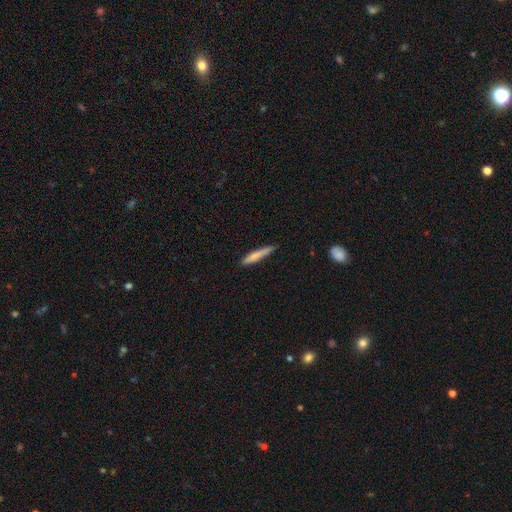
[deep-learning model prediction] The model was most divided on "smooth or featured": smooth: 76%, featured or disk: 18%, star or artifact: 6%. More confident: how rounded — cigar-shaped (93%); merging — none (78%).